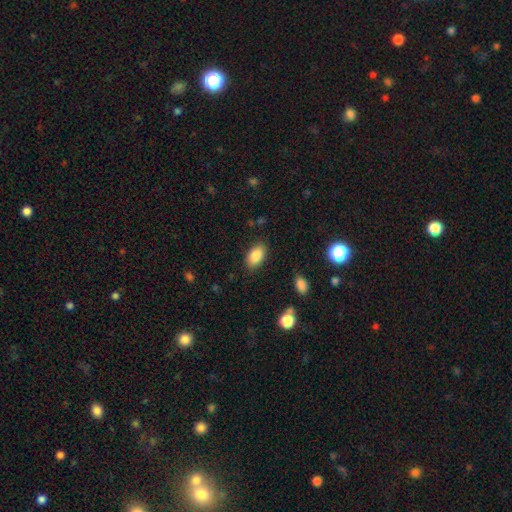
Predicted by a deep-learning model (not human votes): The model was most divided on "merging": none: 85%, minor disturbance: 10%, major disturbance: 3%, merger: 1%. More confident: how rounded — in between (92%); smooth or featured — smooth (87%).